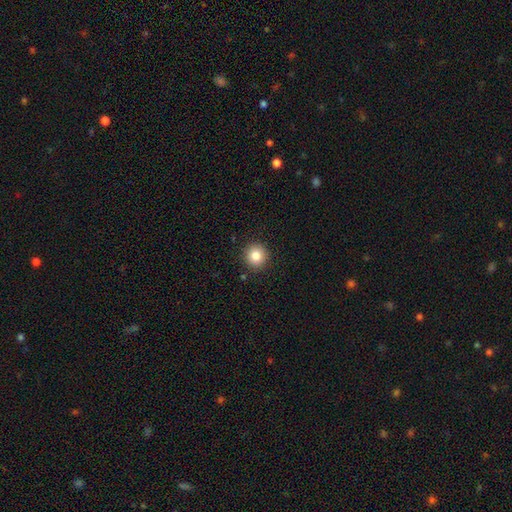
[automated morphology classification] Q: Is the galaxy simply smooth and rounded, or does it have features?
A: smooth — 84%.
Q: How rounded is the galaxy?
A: round — 91%.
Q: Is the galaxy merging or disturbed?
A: none — 90%.